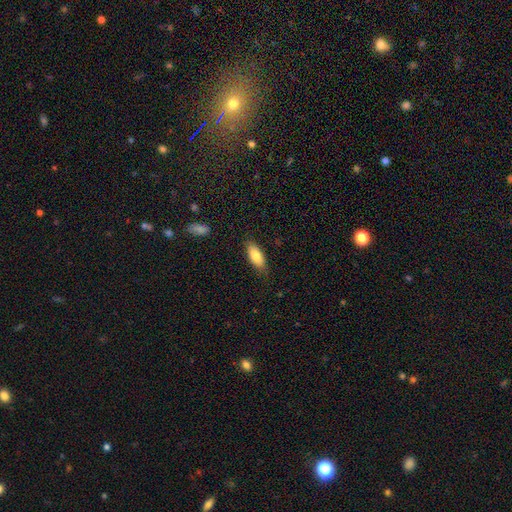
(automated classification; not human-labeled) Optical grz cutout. It shows a smooth galaxy with no disk features (80%) that is in between round and cigar-shaped (80%). Merging: none (83%).